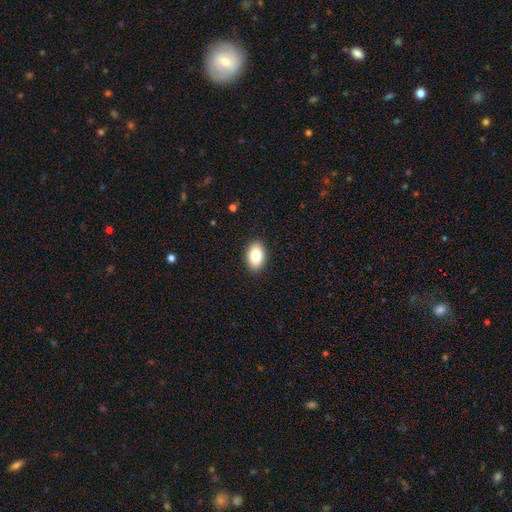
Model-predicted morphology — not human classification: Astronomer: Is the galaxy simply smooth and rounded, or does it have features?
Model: smooth — 85%.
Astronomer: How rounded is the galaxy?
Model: in between — 90%.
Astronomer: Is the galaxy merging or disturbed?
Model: none — 90%.